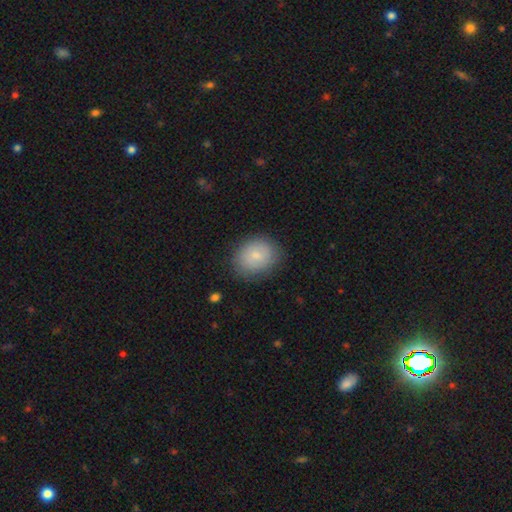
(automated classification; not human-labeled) Smooth or featured? Predicted: smooth (p=0.81). How rounded? Predicted: round (p=0.54). Merging? Predicted: none (p=0.81).